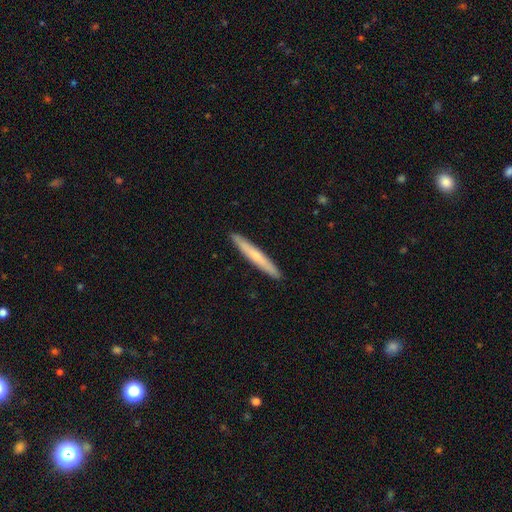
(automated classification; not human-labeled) Smooth or featured? Predicted: smooth (p=0.59). How rounded? Predicted: cigar-shaped (p=0.96). Merging? Predicted: none (p=0.92).